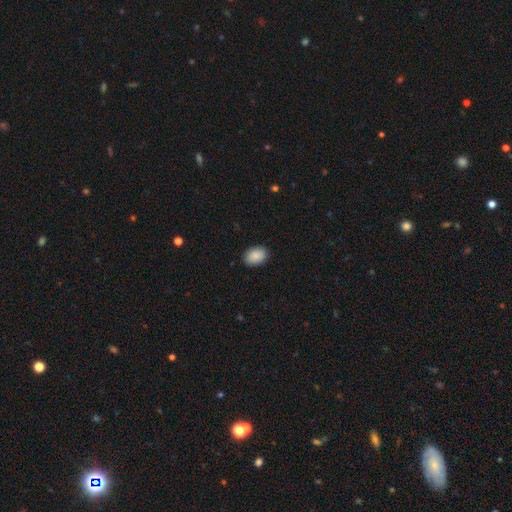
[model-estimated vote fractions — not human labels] Smooth or featured: smooth — 90% (star or artifact — 7%)
How rounded: in between — 83% (round — 16%)
Merging: none — 89% (minor disturbance — 8%)